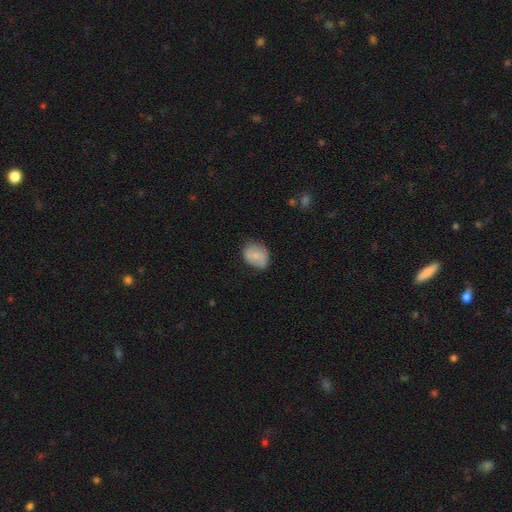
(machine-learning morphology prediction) This is likely a smooth galaxy (67%). How rounded: likely in between (63%). Merging: likely none (66%).